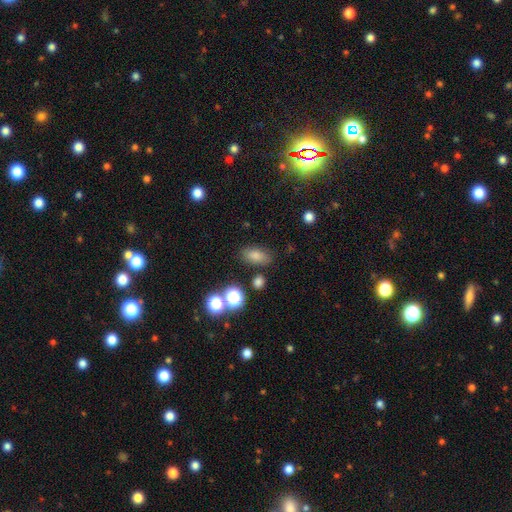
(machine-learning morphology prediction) A smooth galaxy with no disk features (77%) that is in between round and cigar-shaped (84%). Merging: none (78%).